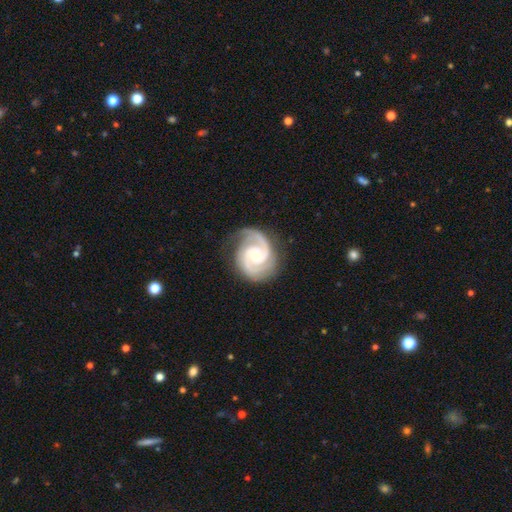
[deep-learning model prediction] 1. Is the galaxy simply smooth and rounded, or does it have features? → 93% featured or disk, 4% star or artifact, 3% smooth.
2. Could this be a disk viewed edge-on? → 98% no, 2% yes.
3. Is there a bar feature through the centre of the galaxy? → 59% no, 33% weak, 7% strong.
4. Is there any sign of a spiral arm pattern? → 99% yes, 1% no.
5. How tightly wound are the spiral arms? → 54% tight, 41% medium, 5% loose.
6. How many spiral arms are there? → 86% 2, 7% 3, 2% can't tell, 2% 1, 1% 4, 1% more than 4.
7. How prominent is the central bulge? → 50% small, 45% moderate, 2% large, 2% none, 1% dominant.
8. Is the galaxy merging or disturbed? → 78% none, 15% minor disturbance, 5% major disturbance, 1% merger.